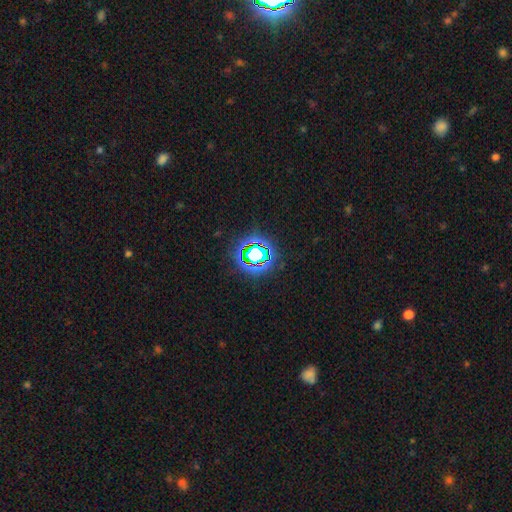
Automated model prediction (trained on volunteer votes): star or artifact 69%, smooth 18%, featured or disk 12%.